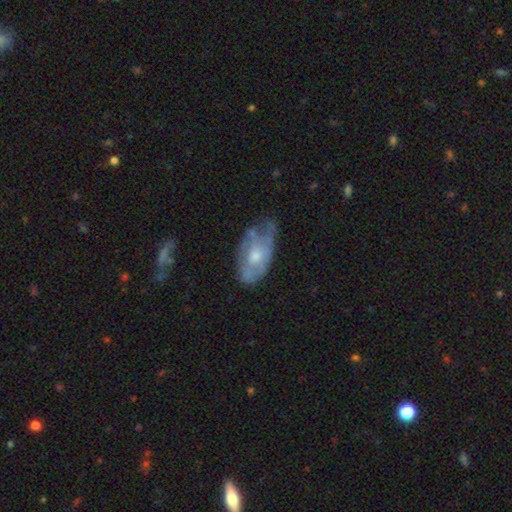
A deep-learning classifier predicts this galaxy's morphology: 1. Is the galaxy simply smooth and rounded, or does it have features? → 54% featured or disk, 39% smooth, 7% star or artifact.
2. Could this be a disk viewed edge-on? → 92% no, 8% yes.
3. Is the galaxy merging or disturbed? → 43% none, 37% minor disturbance, 16% major disturbance, 3% merger.